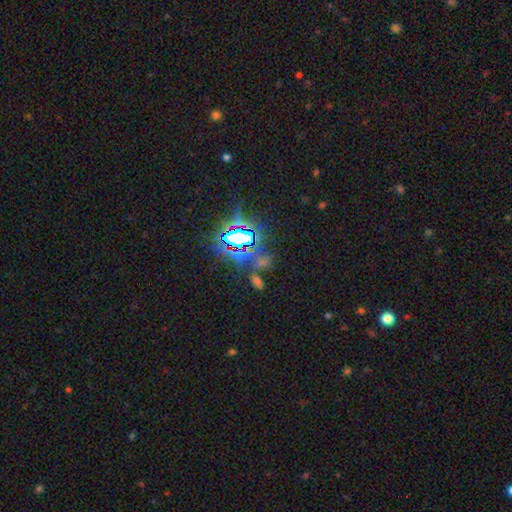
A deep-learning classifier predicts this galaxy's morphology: smooth_or_featured: star or artifact (p=0.81) [alt: smooth p=0.11]